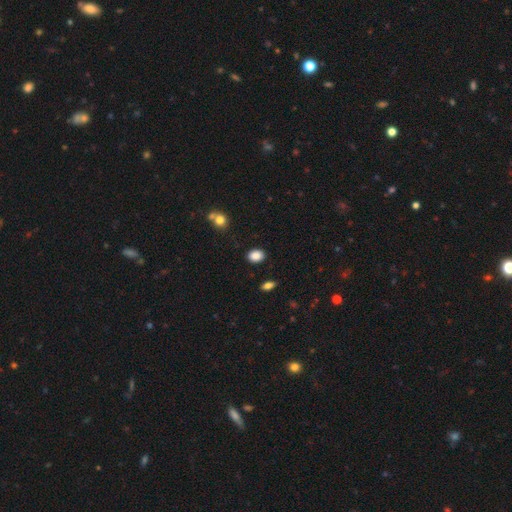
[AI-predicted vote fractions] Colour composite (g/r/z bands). It shows a smooth galaxy with no disk features (88%) that is in between round and cigar-shaped (68%). Merging: none (87%).